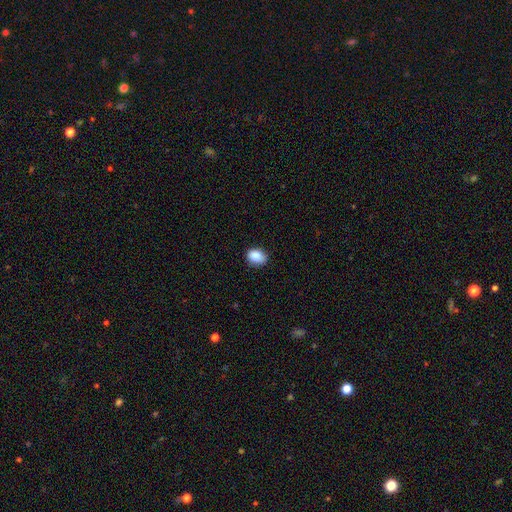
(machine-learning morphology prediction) Smooth or featured? smooth (89%)
How rounded? in between (70%)
Merging? none (82%)